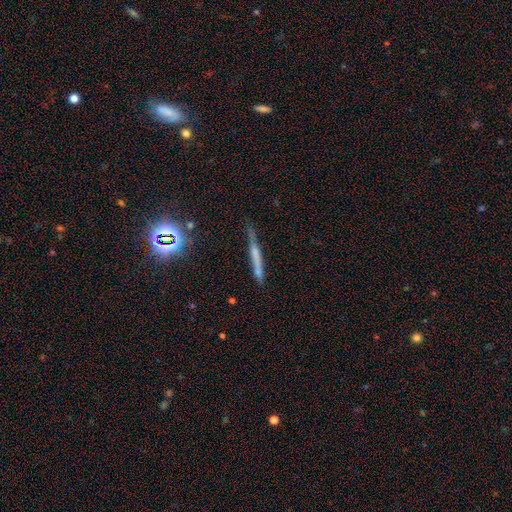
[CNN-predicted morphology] Smooth or featured: smooth — 46% (featured or disk — 39%)
Merging: none — 65% (minor disturbance — 22%)